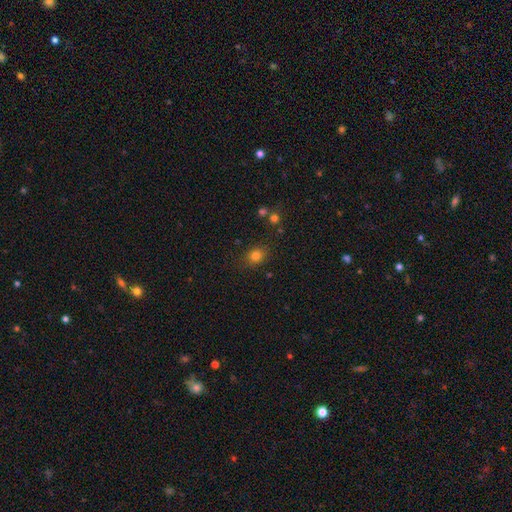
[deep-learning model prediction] Q: Smooth or featured?
A: smooth (79%); runner-up: star or artifact (14%)
Q: How rounded?
A: round (66%); runner-up: in between (33%)
Q: Merging?
A: none (81%); runner-up: minor disturbance (12%)